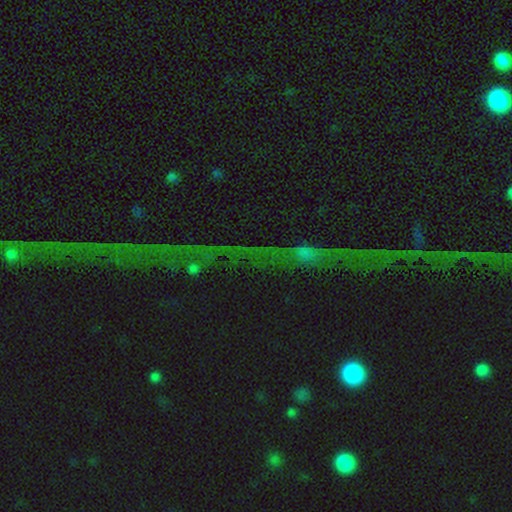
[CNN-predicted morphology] Smooth or featured?
  - star or artifact: 72% *
  - featured or disk: 19%
  - smooth: 9%